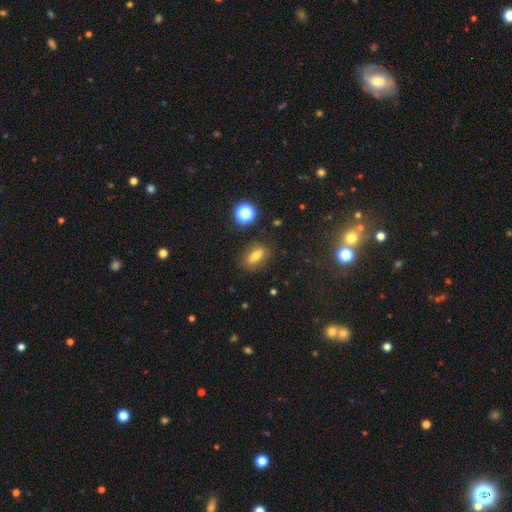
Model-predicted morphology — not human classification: Q: Smooth or featured?
A: smooth (70%); runner-up: star or artifact (15%)
Q: How rounded?
A: in between (72%); runner-up: round (14%)
Q: Merging?
A: none (83%); runner-up: minor disturbance (11%)